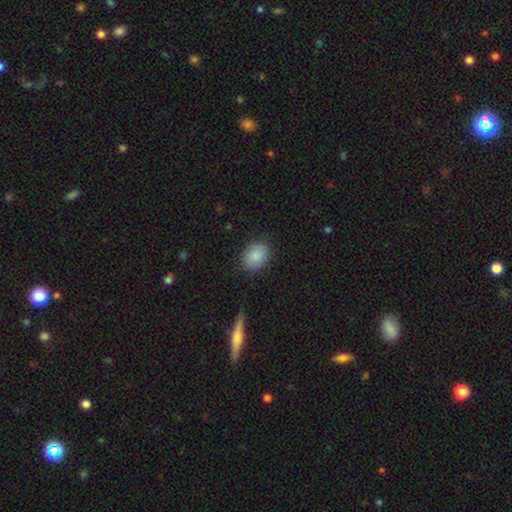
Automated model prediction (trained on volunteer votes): smooth_or_featured: smooth (p=0.88) [alt: star or artifact p=0.07]
how_rounded: in between (p=0.66) [alt: round p=0.33]
merging: none (p=0.86) [alt: minor disturbance p=0.10]